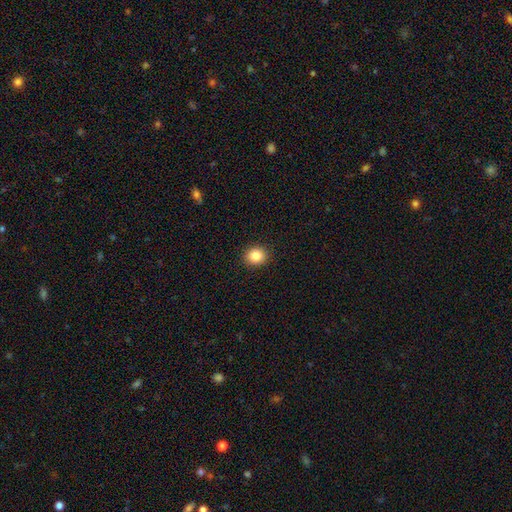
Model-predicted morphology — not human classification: The model was most divided on "how rounded": round: 75%, in between: 24%, cigar-shaped: 1%. More confident: merging — none (92%); smooth or featured — smooth (85%).